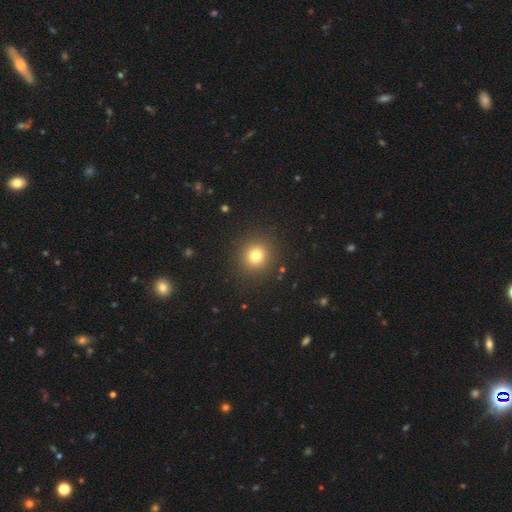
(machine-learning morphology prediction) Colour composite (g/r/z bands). It shows a smooth galaxy with no disk features (78%) that is round (90%). Merging: none (91%).